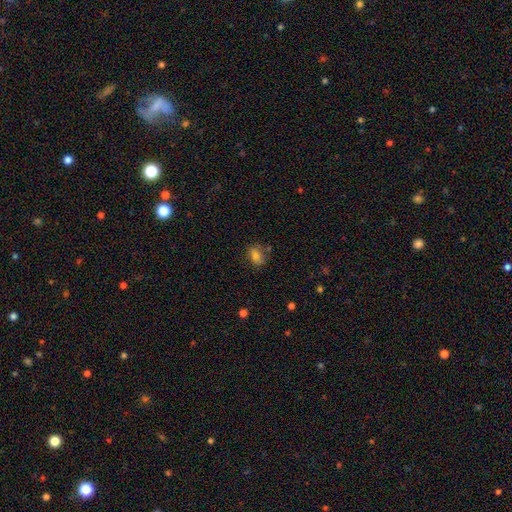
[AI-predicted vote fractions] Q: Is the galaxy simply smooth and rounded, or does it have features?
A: smooth — 78%.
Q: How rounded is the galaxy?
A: in between — 74%.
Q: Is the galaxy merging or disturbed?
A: none — 74%.